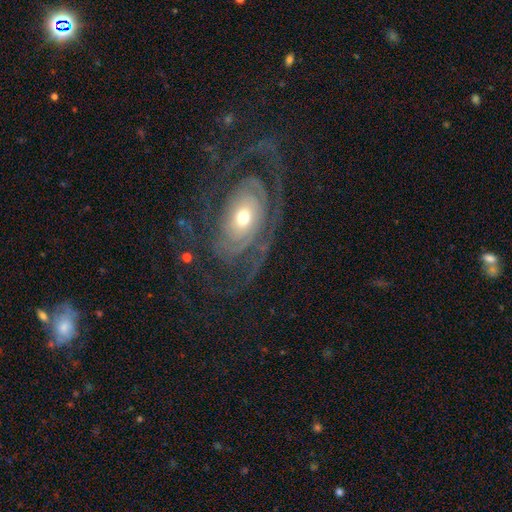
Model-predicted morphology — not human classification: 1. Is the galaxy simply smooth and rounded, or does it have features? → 85% featured or disk, 9% smooth, 6% star or artifact.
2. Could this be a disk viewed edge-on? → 95% no, 5% yes.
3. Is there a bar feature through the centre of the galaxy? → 70% no, 20% weak, 10% strong.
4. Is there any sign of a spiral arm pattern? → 87% yes, 13% no.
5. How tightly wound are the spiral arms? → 55% tight, 32% medium, 13% loose.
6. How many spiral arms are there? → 42% 2, 26% can't tell, 12% 3, 8% 1, 6% 4, 5% more than 4.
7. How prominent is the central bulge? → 55% moderate, 37% small, 6% large, 1% dominant, 1% none.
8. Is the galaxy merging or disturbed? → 67% none, 17% major disturbance, 15% minor disturbance, 2% merger.